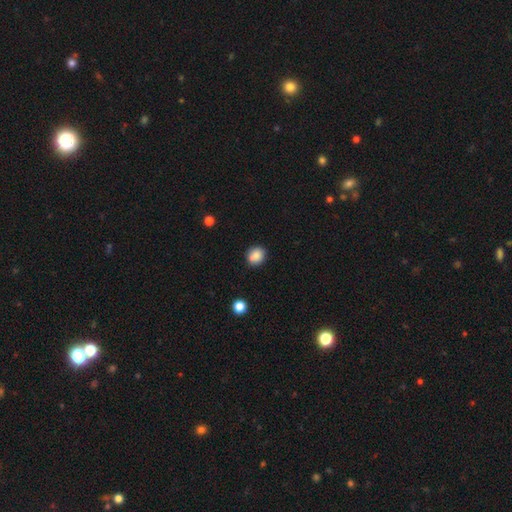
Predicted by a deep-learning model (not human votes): This appears to be a smooth galaxy with no disk features (84%) that is round (79%). Merging: none (80%).